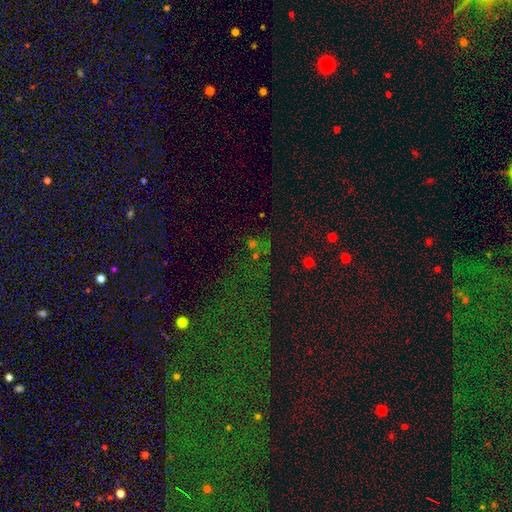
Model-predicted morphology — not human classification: type=star or artifact (67%).